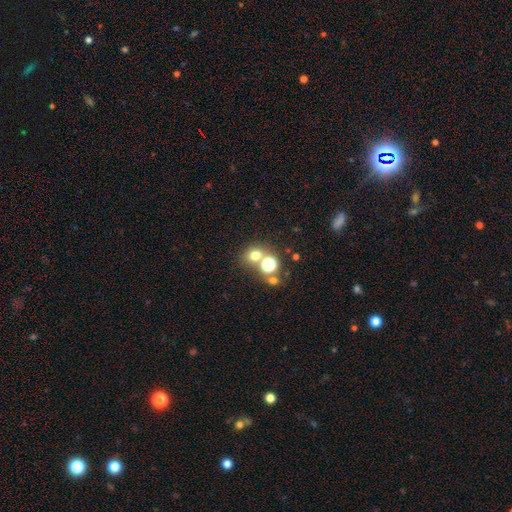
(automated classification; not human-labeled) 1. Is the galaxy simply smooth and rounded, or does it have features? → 67% smooth, 23% star or artifact, 10% featured or disk.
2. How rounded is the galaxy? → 74% round, 25% in between, 1% cigar-shaped.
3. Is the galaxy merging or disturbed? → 59% none, 29% merger, 8% minor disturbance, 5% major disturbance.